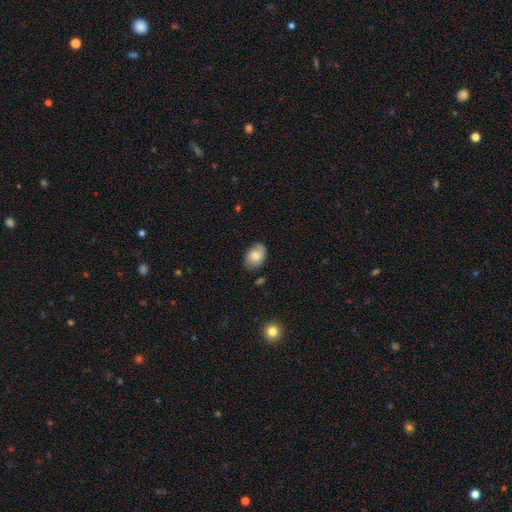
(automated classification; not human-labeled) Q: Smooth or featured?
A: smooth (68%); runner-up: featured or disk (24%)
Q: How rounded?
A: in between (76%); runner-up: round (23%)
Q: Merging?
A: none (73%); runner-up: minor disturbance (20%)